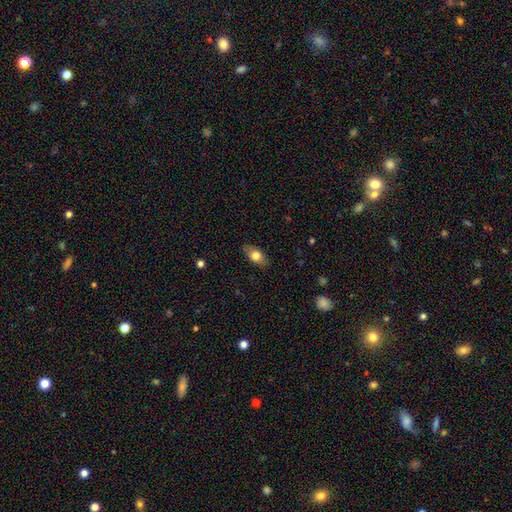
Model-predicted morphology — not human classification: type=smooth (75%); roundness=in between (86%); merging=none (84%).